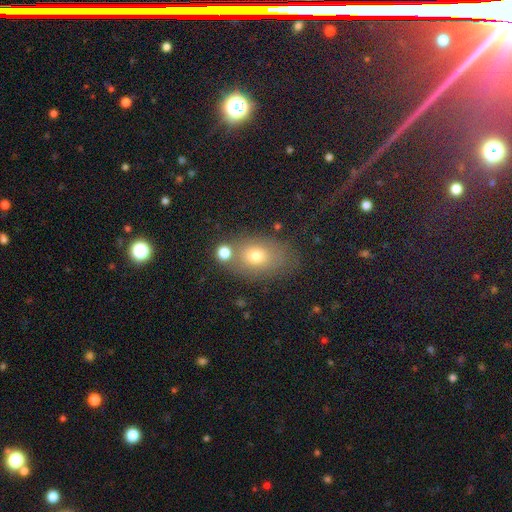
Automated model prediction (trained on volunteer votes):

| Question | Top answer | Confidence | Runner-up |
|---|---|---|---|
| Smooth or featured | smooth | 69% | featured or disk (17%) |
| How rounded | in between | 76% | round (22%) |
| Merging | none | 63% | minor disturbance (16%) |